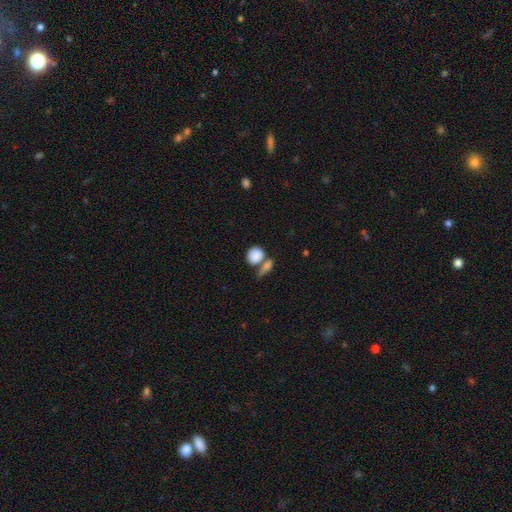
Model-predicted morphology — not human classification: smooth_or_featured: smooth (p=0.86) [alt: featured or disk p=0.07]
how_rounded: round (p=0.68) [alt: in between p=0.30]
merging: none (p=0.44) [alt: merger p=0.38]